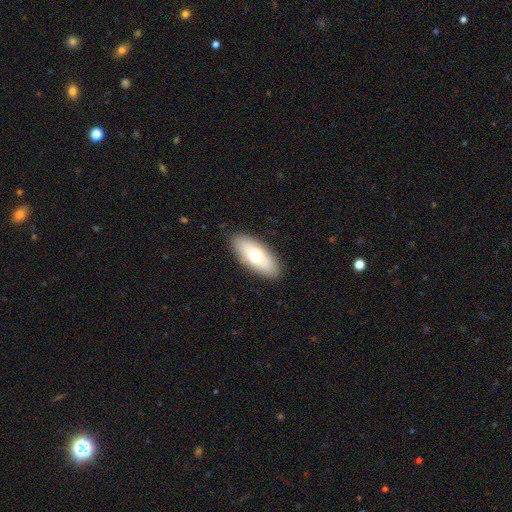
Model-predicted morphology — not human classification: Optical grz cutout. It shows a smooth galaxy with no disk features (64%) that is in between round and cigar-shaped (84%). Merging: none (88%).